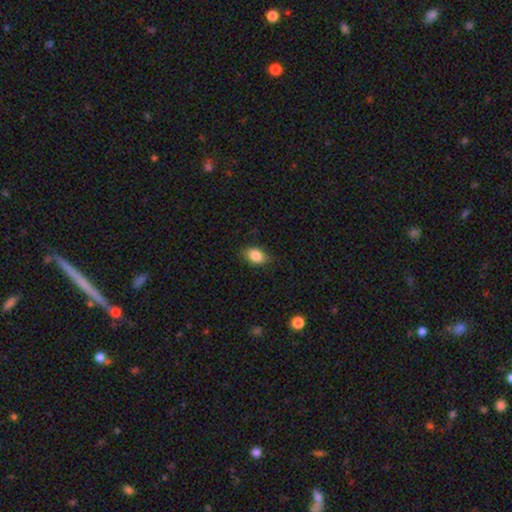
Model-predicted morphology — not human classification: Overall: smooth (86%). How rounded: in between (82%). Merging: none (80%).